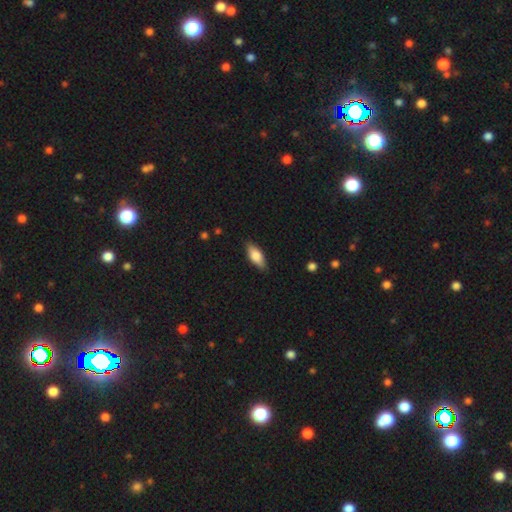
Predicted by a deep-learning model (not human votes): The model was most divided on "smooth or featured": smooth: 76%, featured or disk: 18%, star or artifact: 6%. More confident: merging — none (85%); how rounded — in between (79%).